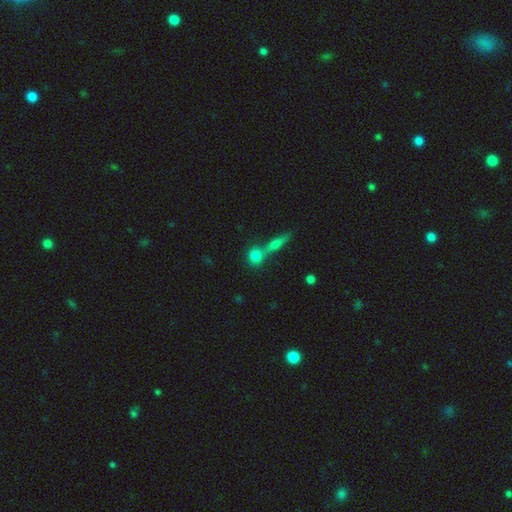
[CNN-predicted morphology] A smooth galaxy with no disk features (77%) that is round (71%).

Vote fractions:
- Smooth or featured? smooth: 77% / featured or disk: 12% / star or artifact: 11%
- How rounded? round: 71% / in between: 21% / cigar-shaped: 8%
- Merging? none: 50% / merger: 38% / minor disturbance: 8% / major disturbance: 4%